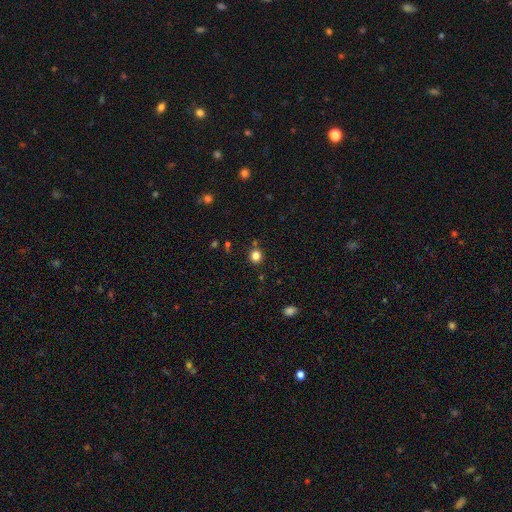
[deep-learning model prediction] A smooth galaxy with no disk features (82%) that is round (82%). Merging: none (84%).